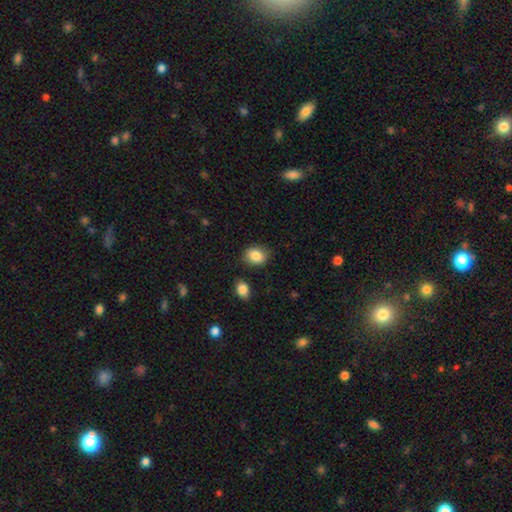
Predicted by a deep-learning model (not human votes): Q: Smooth or featured?
A: smooth (86%); runner-up: star or artifact (8%)
Q: How rounded?
A: in between (54%); runner-up: round (45%)
Q: Merging?
A: none (82%); runner-up: minor disturbance (12%)